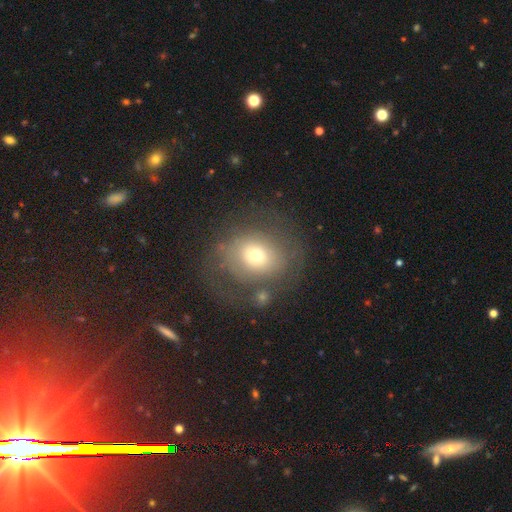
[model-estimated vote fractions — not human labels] This is possibly a smooth galaxy (55%). How rounded: likely round (67%). Merging: possibly none (58%).